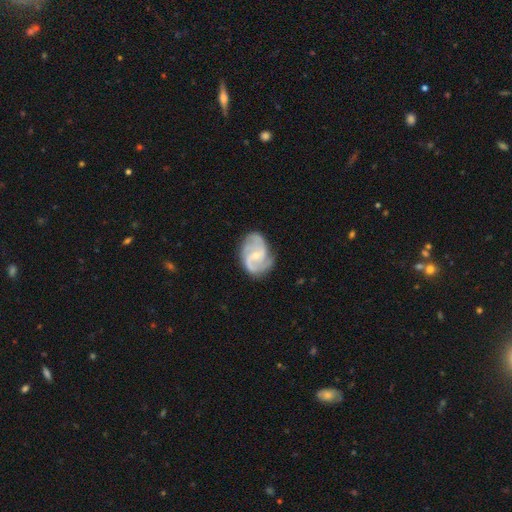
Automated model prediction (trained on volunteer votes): Smooth or featured?
  - featured or disk: 88% *
  - smooth: 8%
  - star or artifact: 4%
Edge-on disk?
  - no: 98% *
  - yes: 2%
Bar?
  - weak: 50% *
  - no: 37%
  - strong: 13%
Spiral arms?
  - yes: 97% *
  - no: 3%
Spiral winding?
  - medium: 54% *
  - tight: 24%
  - loose: 22%
Spiral arm count?
  - 2: 65% *
  - 3: 19%
  - can't tell: 7%
  - 4: 3%
  - 1: 3%
  - more than 4: 3%
Bulge size?
  - small: 65% *
  - moderate: 31%
  - none: 2%
  - large: 1%
  - dominant: 1%
Merging?
  - none: 70% *
  - minor disturbance: 21%
  - major disturbance: 8%
  - merger: 2%